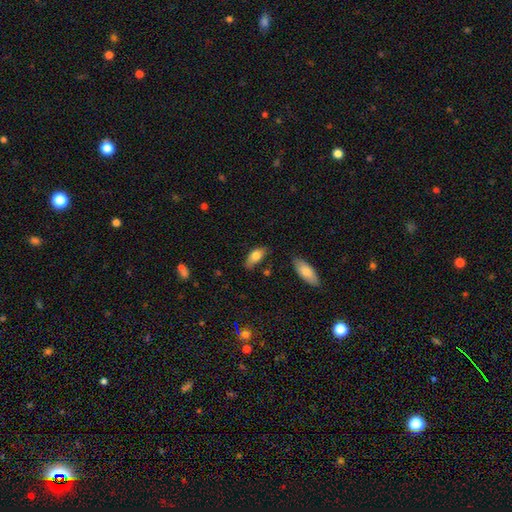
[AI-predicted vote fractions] This appears to be a smooth galaxy with no disk features (77%) that is in between round and cigar-shaped (87%). Merging: none (66%).